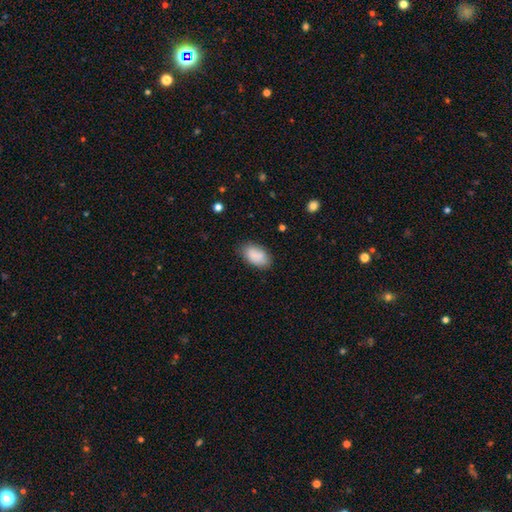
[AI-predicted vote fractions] A smooth galaxy with no disk features (86%) that is in between round and cigar-shaped (93%). Merging: none (76%).